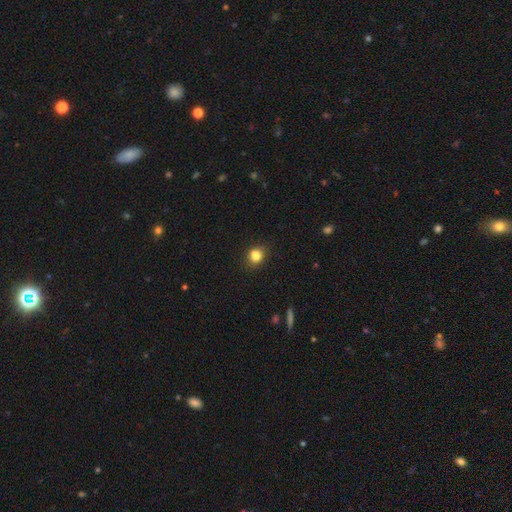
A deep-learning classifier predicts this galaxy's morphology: Overall: smooth (83%). How rounded: round (72%). Merging: none (86%).